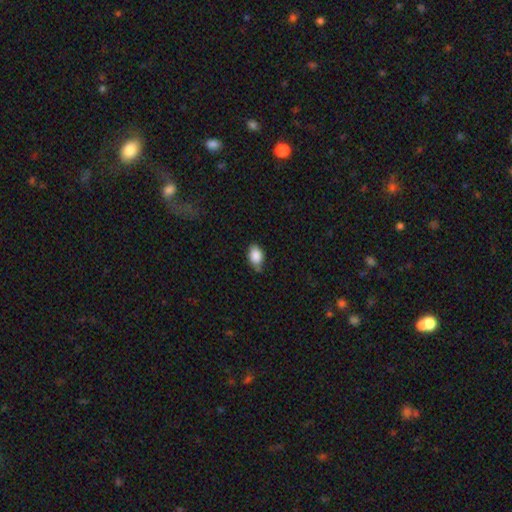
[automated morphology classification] A smooth galaxy with no disk features (87%) that is in between round and cigar-shaped (83%). Merging: none (64%).